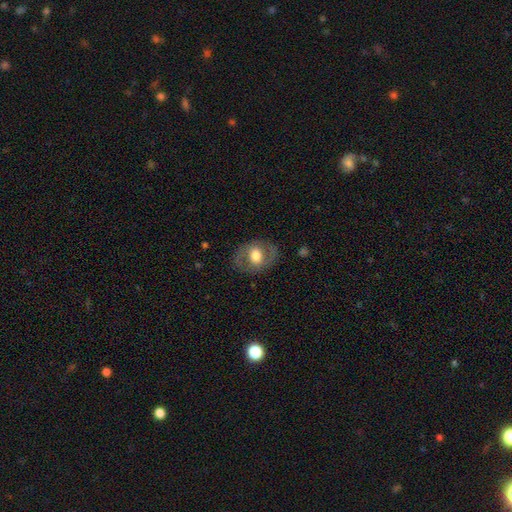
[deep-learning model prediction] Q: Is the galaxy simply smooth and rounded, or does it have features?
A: smooth — 47%, tied with featured or disk.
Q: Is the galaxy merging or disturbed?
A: none — 79%.